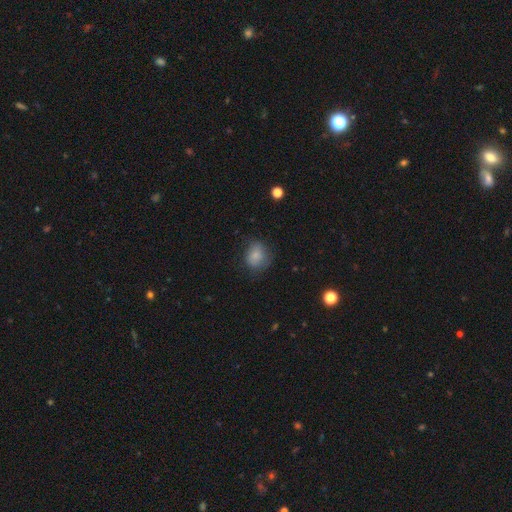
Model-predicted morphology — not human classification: Overall: smooth (80%). How rounded: round (68%; in between 31%). Merging: none (64%; minor disturbance 25%).